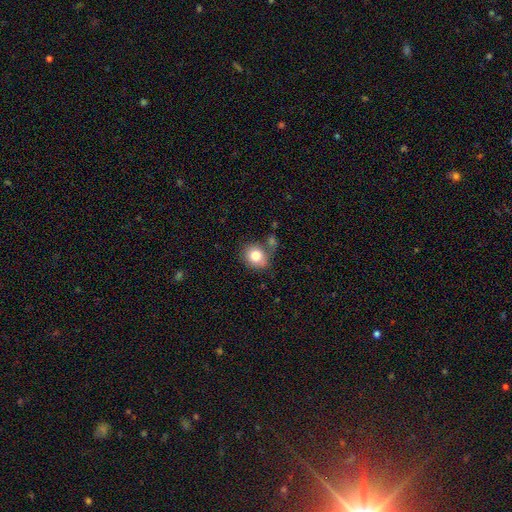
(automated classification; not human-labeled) Smooth or featured? smooth (80%)
How rounded? round (65%)
Merging? none (66%)